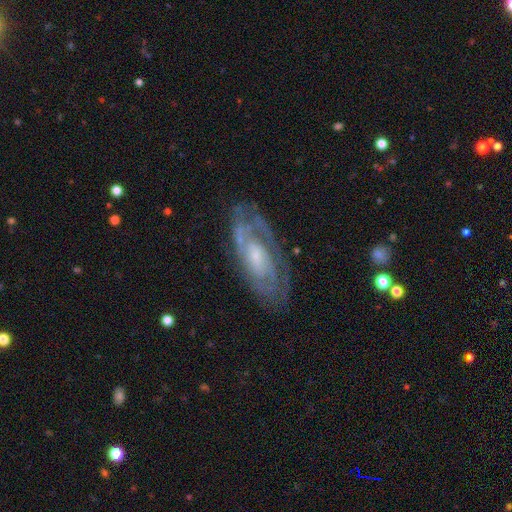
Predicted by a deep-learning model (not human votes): featured or disk 79%, smooth 14%, star or artifact 7%. Down the decision tree: edge-on disk — no (90%); bar — no (62%); spiral arms — yes (84%); spiral arm count — can't tell (49%); spiral winding — tight (63%); bulge size — small (46%); merging — none (73%).